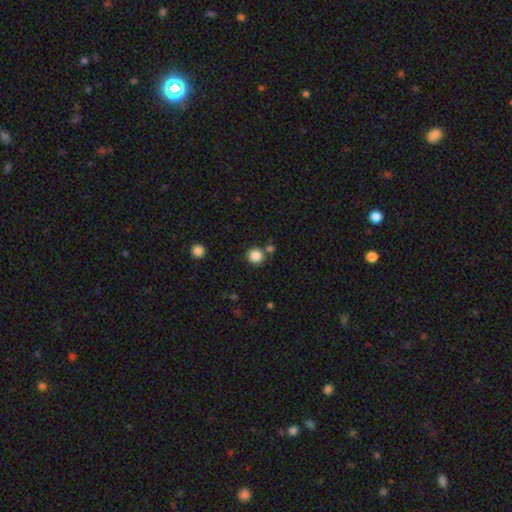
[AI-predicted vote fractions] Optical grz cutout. It shows a smooth galaxy with no disk features (85%) that is round (93%). Merging: none (78%).